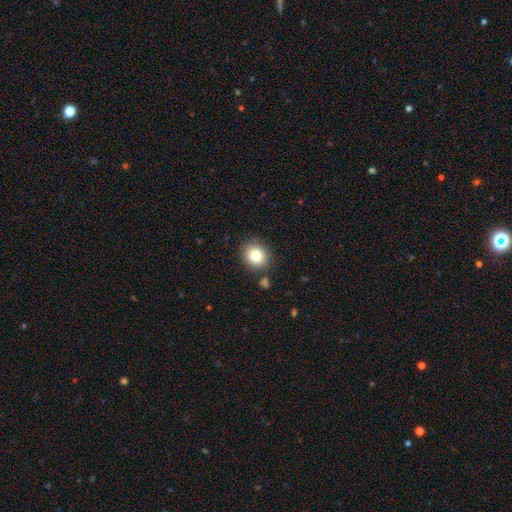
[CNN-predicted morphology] smooth_or_featured: smooth (p=0.82) [alt: star or artifact p=0.10]
how_rounded: round (p=0.75) [alt: in between p=0.24]
merging: none (p=0.85) [alt: minor disturbance p=0.09]